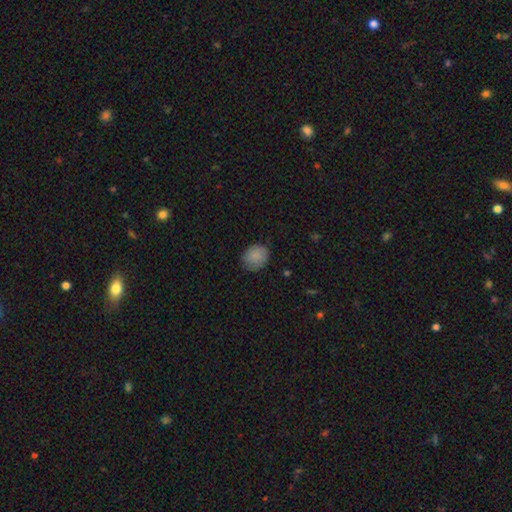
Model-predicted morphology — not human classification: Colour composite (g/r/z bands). It shows a smooth galaxy with no disk features (86%) that is round (61%). Merging: none (76%).